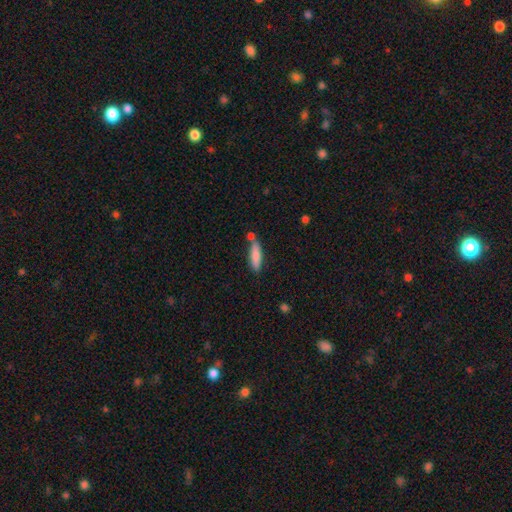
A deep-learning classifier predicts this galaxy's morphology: This is clearly a smooth galaxy (81%). How rounded: likely cigar-shaped (71%). Merging: likely none (65%).